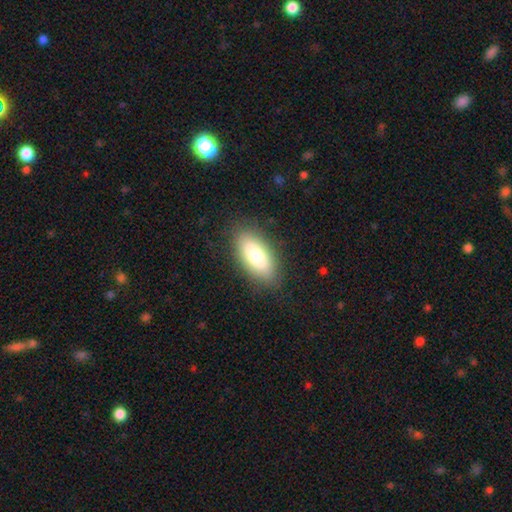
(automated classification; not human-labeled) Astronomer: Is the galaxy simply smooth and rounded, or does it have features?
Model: smooth — 78%.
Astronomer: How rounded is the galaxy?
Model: in between — 87%.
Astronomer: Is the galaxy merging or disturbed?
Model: none — 86%.